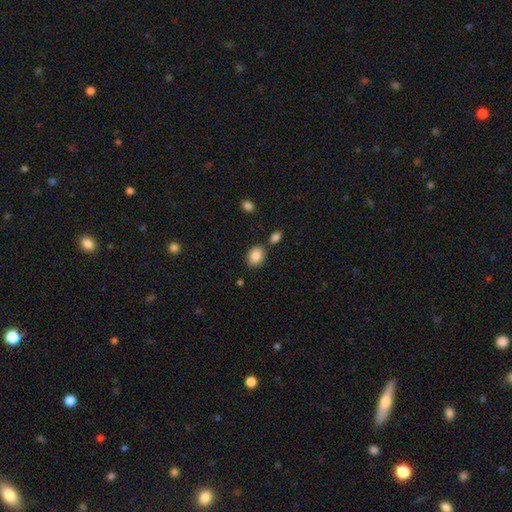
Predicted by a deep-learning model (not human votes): Overall: smooth (87%). How rounded: in between (59%; round 40%). Merging: none (77%).